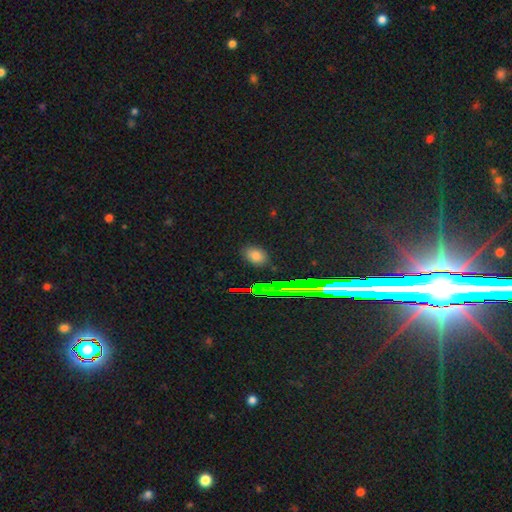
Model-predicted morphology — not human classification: smooth-or-featured: smooth: 72% | star or artifact: 22% | featured or disk: 6%
  how-rounded: in between: 75% | round: 23% | cigar-shaped: 2%
  merging: none: 86% | minor disturbance: 10% | major disturbance: 3% | merger: 2%